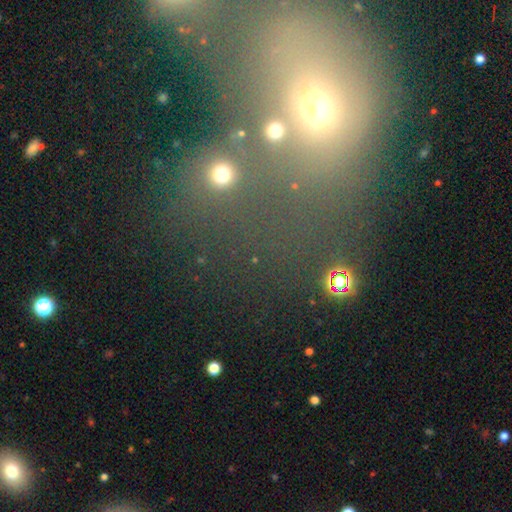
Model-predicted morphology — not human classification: Smooth or featured? star or artifact (45%)